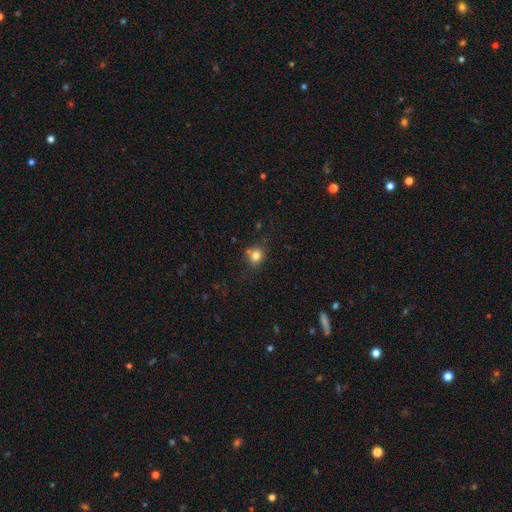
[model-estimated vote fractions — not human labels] Smooth or featured? smooth (80%)
How rounded? round (77%)
Merging? none (69%)